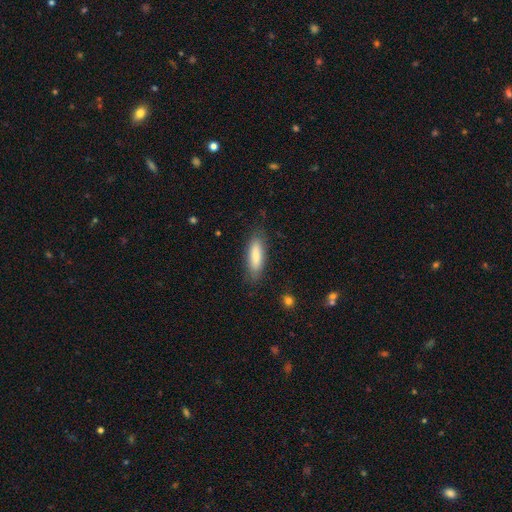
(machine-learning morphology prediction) smooth-or-featured: smooth: 84% | featured or disk: 10% | star or artifact: 6%
  how-rounded: in between: 50% | cigar-shaped: 48% | round: 2%
  merging: none: 82% | minor disturbance: 13% | major disturbance: 4% | merger: 1%